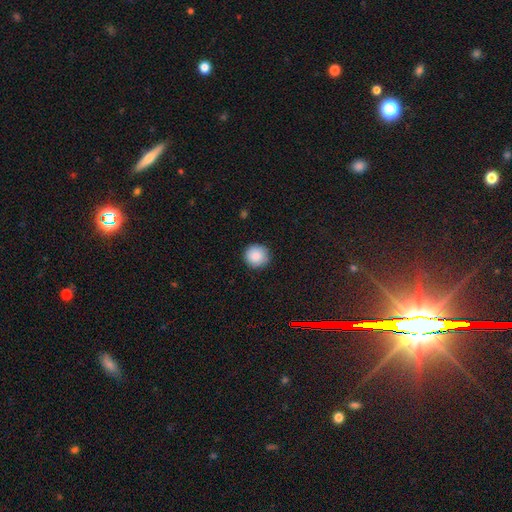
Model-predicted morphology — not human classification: smooth 88%, star or artifact 8%, featured or disk 4%. Down the decision tree: how rounded — round (95%); merging — none (90%).